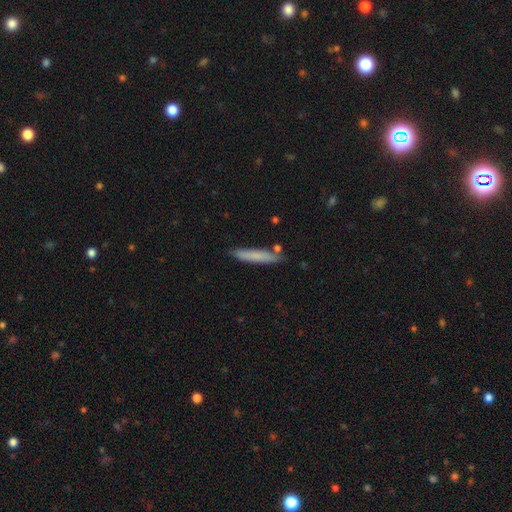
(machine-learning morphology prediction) Smooth or featured?
  - smooth: 75% *
  - featured or disk: 19%
  - star or artifact: 6%
How rounded?
  - cigar-shaped: 93% *
  - in between: 6%
  - round: 1%
Merging?
  - none: 83% *
  - minor disturbance: 12%
  - merger: 4%
  - major disturbance: 2%